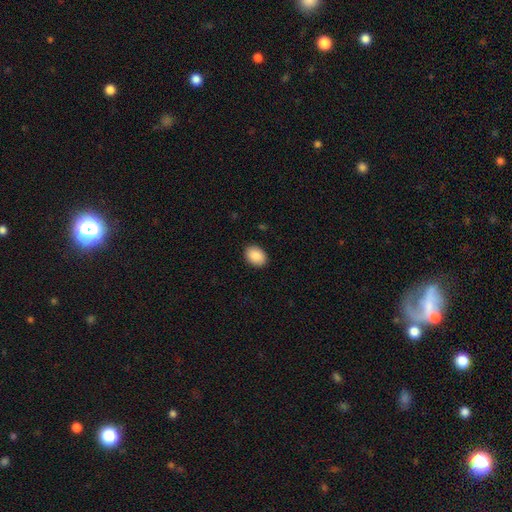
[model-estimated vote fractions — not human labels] Smooth or featured?
  - smooth: 90% *
  - star or artifact: 7%
  - featured or disk: 4%
How rounded?
  - in between: 78% *
  - round: 21%
  - cigar-shaped: 1%
Merging?
  - none: 90% *
  - minor disturbance: 7%
  - major disturbance: 2%
  - merger: 1%